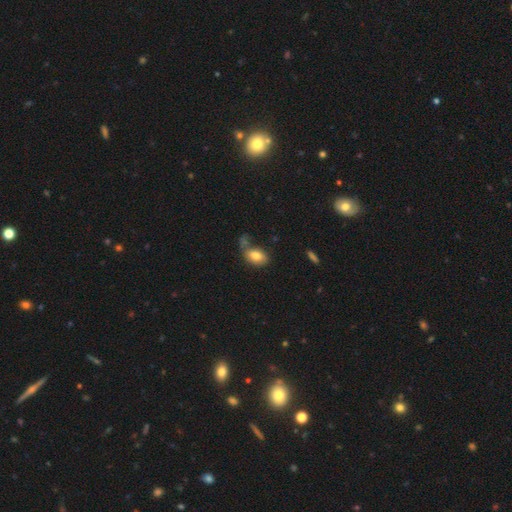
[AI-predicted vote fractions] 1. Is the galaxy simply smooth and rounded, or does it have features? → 80% smooth, 12% featured or disk, 8% star or artifact.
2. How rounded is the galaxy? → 86% in between, 12% round, 2% cigar-shaped.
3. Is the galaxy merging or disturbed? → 53% none, 19% merger, 18% minor disturbance, 10% major disturbance.